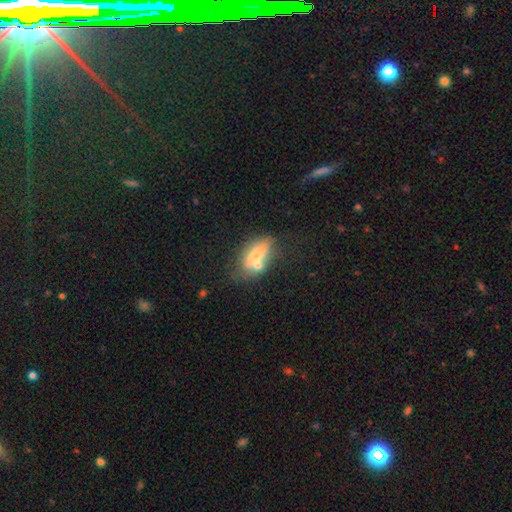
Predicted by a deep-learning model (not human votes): smooth 55%, featured or disk 37%, star or artifact 9%. Down the decision tree: how rounded — in between (82%); merging — none (37%, tied with merger).